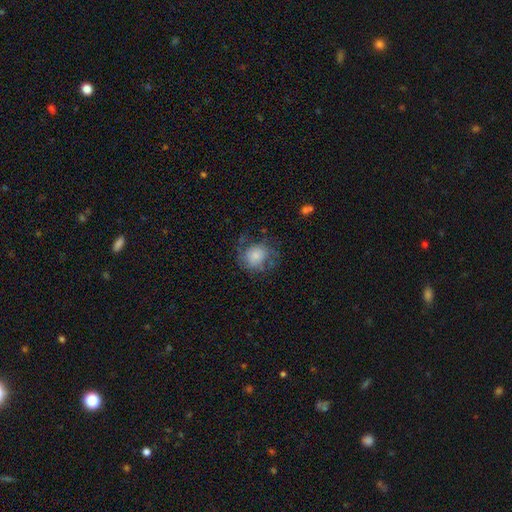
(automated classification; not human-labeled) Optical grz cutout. It shows a smooth galaxy with no disk features (59%) that is round (71%). Merging: none (52%).